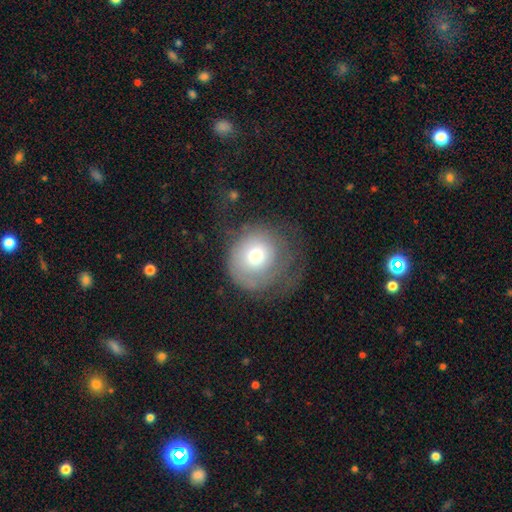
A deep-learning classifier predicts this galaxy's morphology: Overall: smooth (57%; featured or disk 33%). How rounded: round (87%). Merging: none (45%; major disturbance 32%).